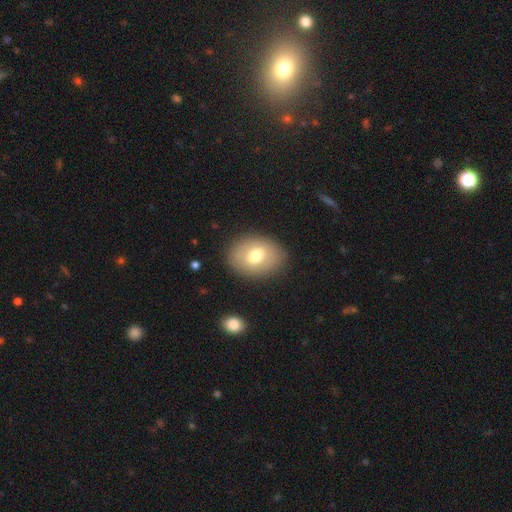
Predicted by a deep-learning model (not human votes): A smooth galaxy with no disk features (68%) that is in between round and cigar-shaped (69%). Merging: none (85%).